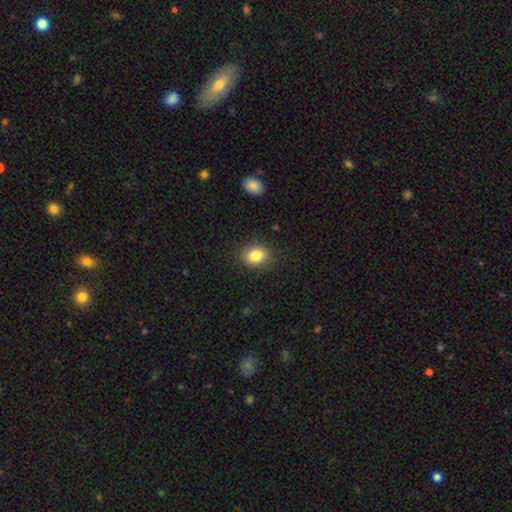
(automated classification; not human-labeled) Smooth or featured? Predicted: smooth (p=0.85). How rounded? Predicted: in between (p=0.61). Merging? Predicted: none (p=0.86).